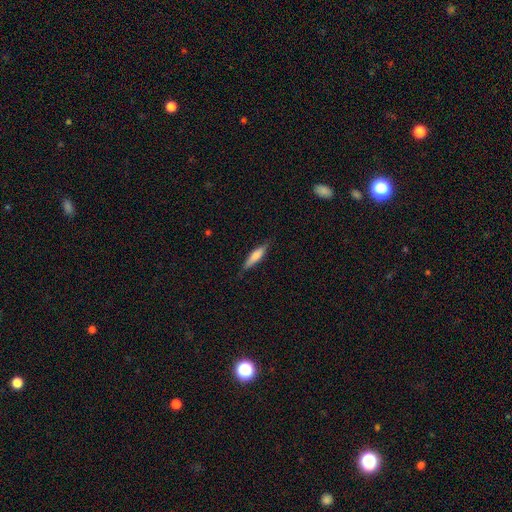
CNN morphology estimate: smooth 64%, featured or disk 31%, star or artifact 6%. Down the decision tree: how rounded — cigar-shaped (78%); merging — none (81%).